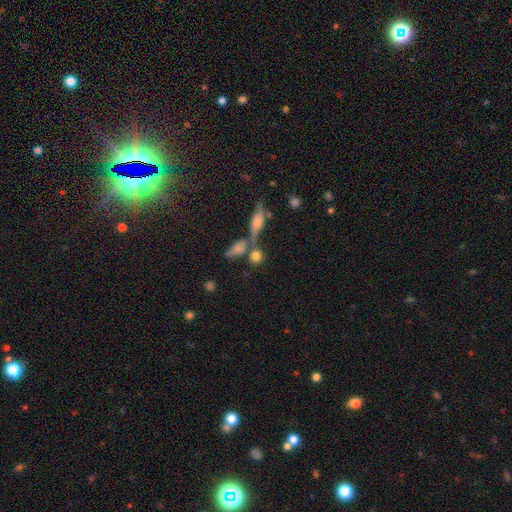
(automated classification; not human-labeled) Smooth or featured? Predicted: smooth (p=0.75). How rounded? Predicted: round (p=0.64). Merging? Predicted: none (p=0.54).